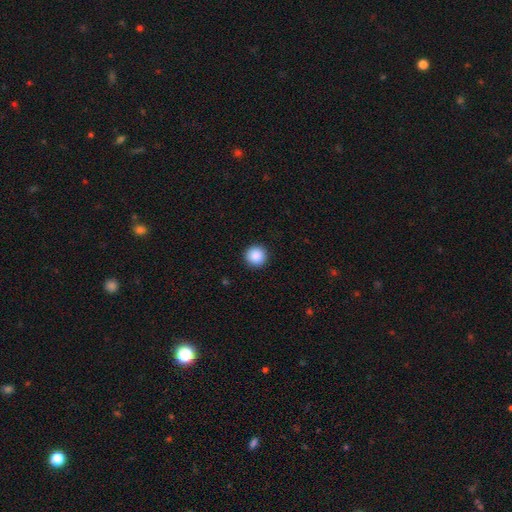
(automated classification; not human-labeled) A smooth galaxy with no disk features (89%) that is round (96%). Merging: none (93%).